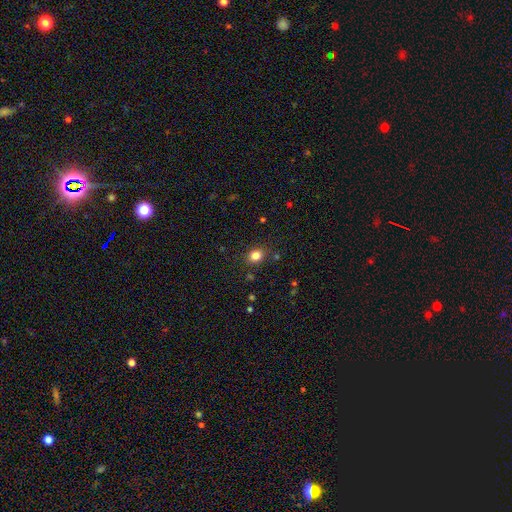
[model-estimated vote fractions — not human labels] A smooth galaxy with no disk features (83%) that is round (61%). Merging: none (86%).